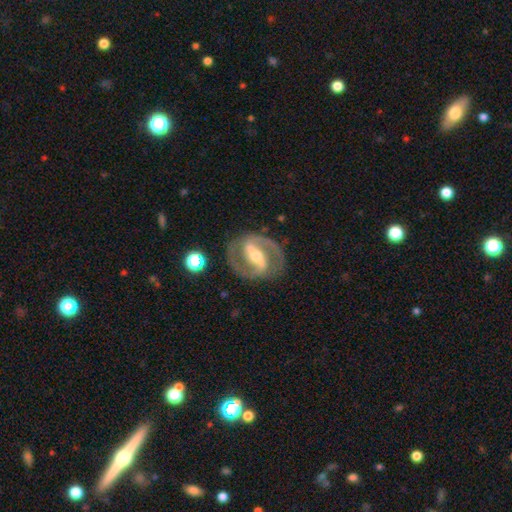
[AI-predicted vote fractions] Smooth or featured?
  - featured or disk: 90% *
  - smooth: 6%
  - star or artifact: 4%
Edge-on disk?
  - no: 96% *
  - yes: 4%
Bar?
  - strong: 70% *
  - weak: 22%
  - no: 8%
Spiral arms?
  - yes: 94% *
  - no: 6%
Spiral winding?
  - medium: 54% *
  - tight: 35%
  - loose: 11%
Spiral arm count?
  - 2: 92% *
  - can't tell: 3%
  - 1: 2%
  - 3: 1%
  - 4: 1%
  - more than 4: 1%
Bulge size?
  - moderate: 56% *
  - small: 36%
  - large: 5%
  - none: 2%
  - dominant: 1%
Merging?
  - none: 84% *
  - minor disturbance: 10%
  - major disturbance: 4%
  - merger: 1%